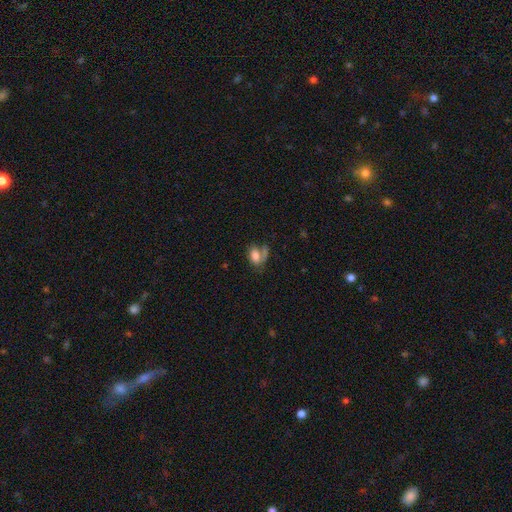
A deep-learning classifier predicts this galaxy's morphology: Smooth or featured? Predicted: smooth (p=0.74). How rounded? Predicted: in between (p=0.82). Merging? Predicted: none (p=0.41).